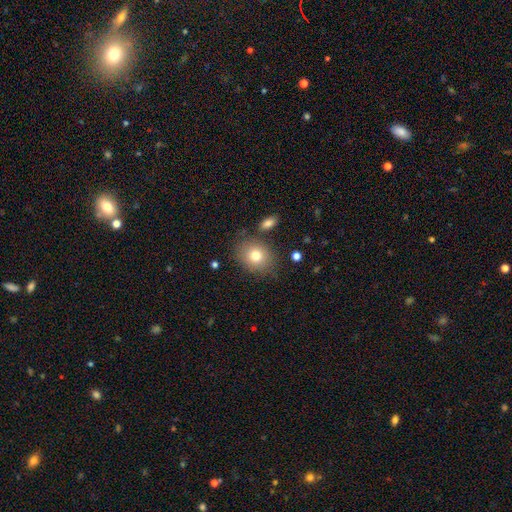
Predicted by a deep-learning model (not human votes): This appears to be a smooth galaxy with no disk features (77%) that is round (60%). Merging: none (79%).